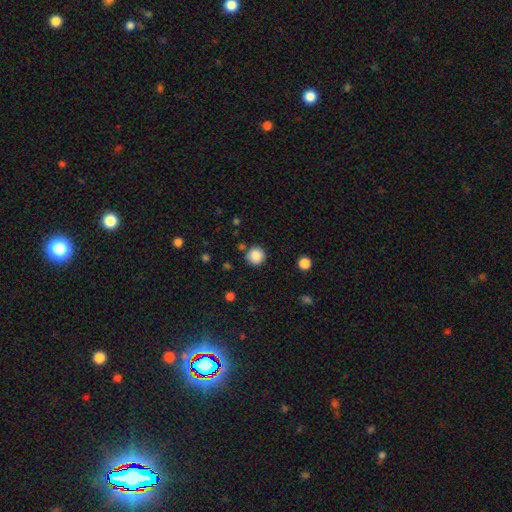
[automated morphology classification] Smooth or featured?
  - smooth: 87% *
  - star or artifact: 10%
  - featured or disk: 3%
How rounded?
  - round: 94% *
  - in between: 5%
  - cigar-shaped: 1%
Merging?
  - none: 84% *
  - minor disturbance: 9%
  - merger: 4%
  - major disturbance: 3%